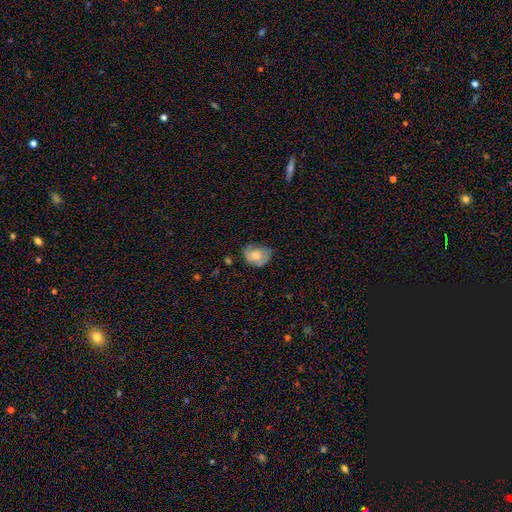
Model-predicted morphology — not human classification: Smooth or featured?
  - smooth: 63% *
  - featured or disk: 29%
  - star or artifact: 8%
How rounded?
  - in between: 51% *
  - round: 48%
  - cigar-shaped: 1%
Merging?
  - none: 58% *
  - minor disturbance: 30%
  - major disturbance: 10%
  - merger: 2%